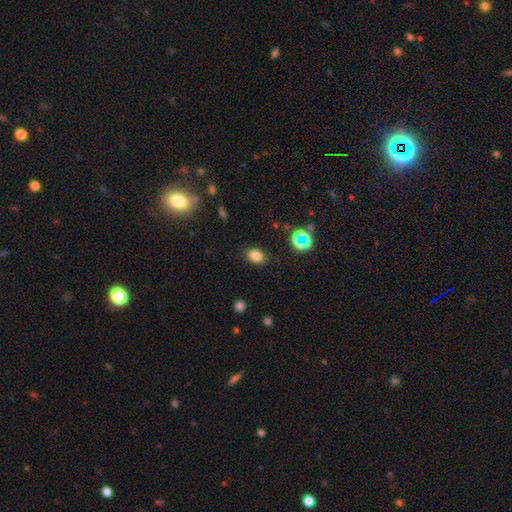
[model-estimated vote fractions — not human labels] Morphology: type=smooth (79%); roundness=in between (63%); merging=none (86%).